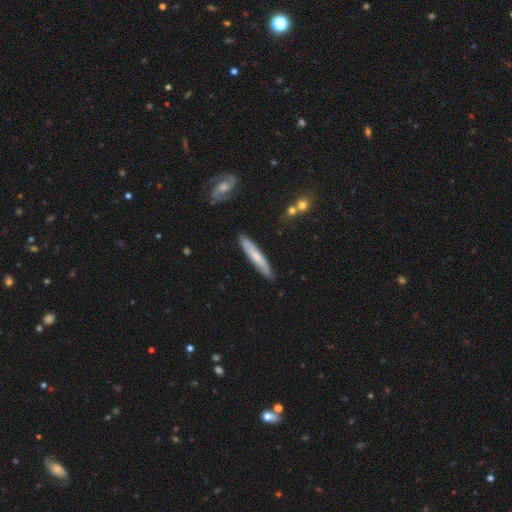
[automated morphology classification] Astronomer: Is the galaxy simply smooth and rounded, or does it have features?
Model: smooth — 59% (runner-up: featured or disk, 36%).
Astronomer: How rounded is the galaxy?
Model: cigar-shaped — 93%.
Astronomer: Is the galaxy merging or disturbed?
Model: none — 87%.